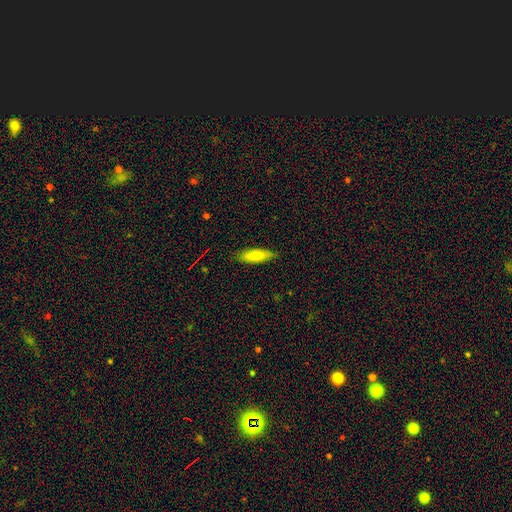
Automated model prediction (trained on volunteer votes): Smooth or featured? Predicted: smooth (p=0.78). How rounded? Predicted: cigar-shaped (p=0.51). Merging? Predicted: none (p=0.84).